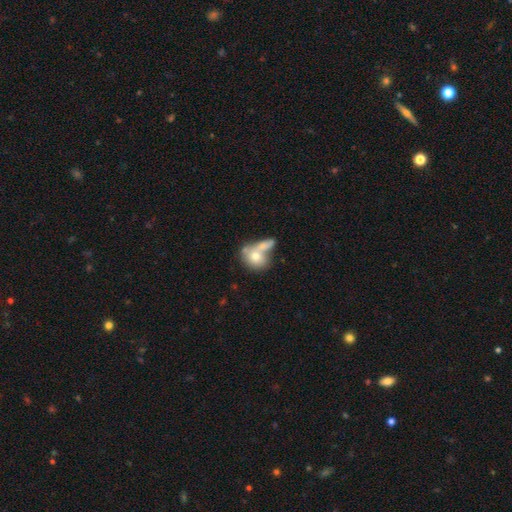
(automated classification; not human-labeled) Smooth or featured? smooth (70%)
How rounded? round (51%)
Merging? merger (56%)